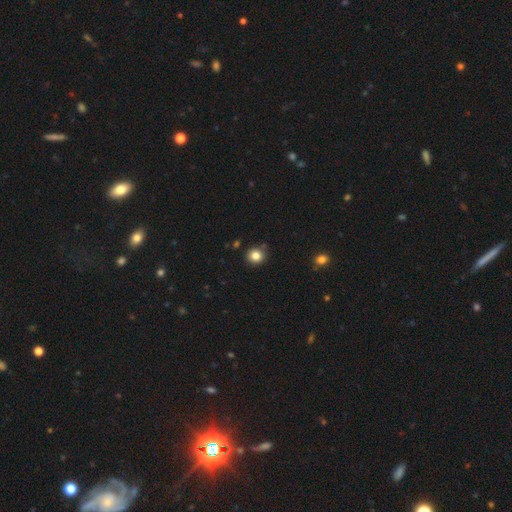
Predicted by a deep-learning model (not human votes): A smooth galaxy with no disk features (83%) that is round (88%).

Vote fractions:
- Smooth or featured? smooth: 83% / star or artifact: 11% / featured or disk: 5%
- How rounded? round: 88% / in between: 11% / cigar-shaped: 1%
- Merging? none: 85% / minor disturbance: 9% / merger: 3% / major disturbance: 2%